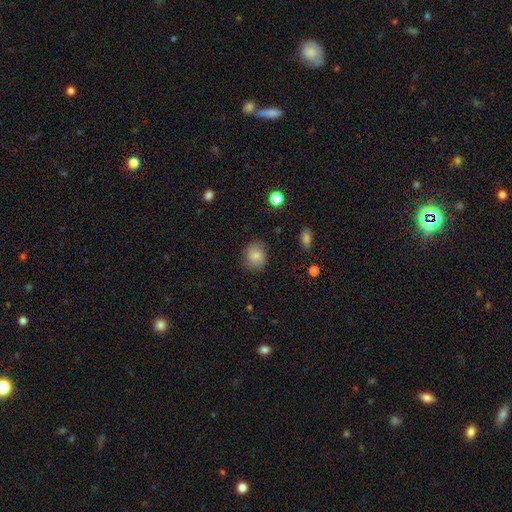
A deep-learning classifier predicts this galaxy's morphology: smooth 82%, star or artifact 9%, featured or disk 9%. Down the decision tree: how rounded — round (64%); merging — none (80%).